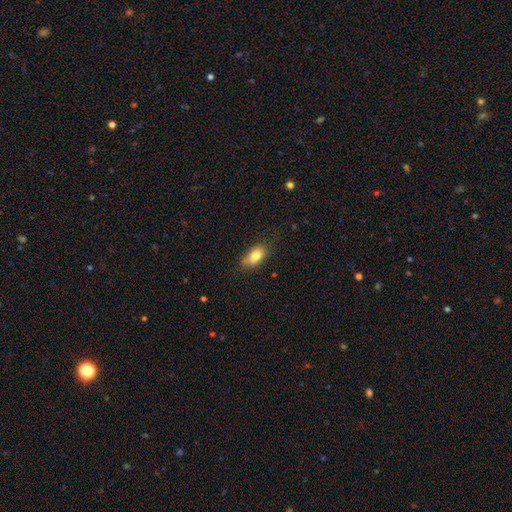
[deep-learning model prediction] smooth 77%, featured or disk 15%, star or artifact 8%. Down the decision tree: how rounded — in between (87%); merging — none (65%).